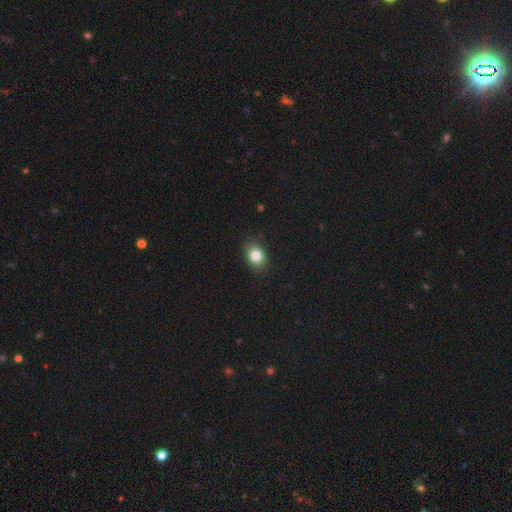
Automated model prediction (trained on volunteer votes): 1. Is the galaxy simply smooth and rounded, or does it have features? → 81% smooth, 10% star or artifact, 9% featured or disk.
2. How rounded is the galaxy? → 68% in between, 31% round, 1% cigar-shaped.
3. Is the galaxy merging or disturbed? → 87% none, 10% minor disturbance, 2% major disturbance, 1% merger.